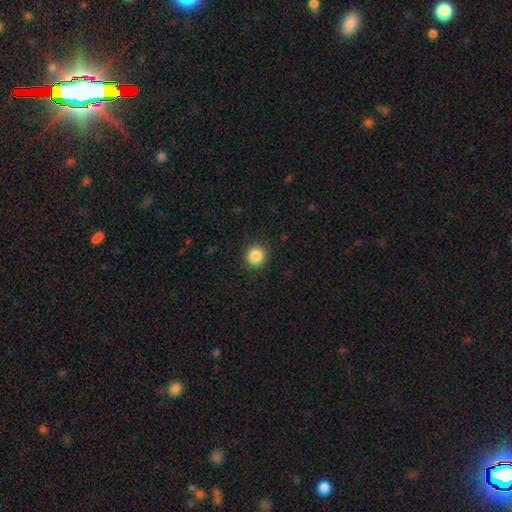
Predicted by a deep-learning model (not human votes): This is clearly a smooth galaxy (86%). How rounded: clearly round (92%). Merging: clearly none (90%).